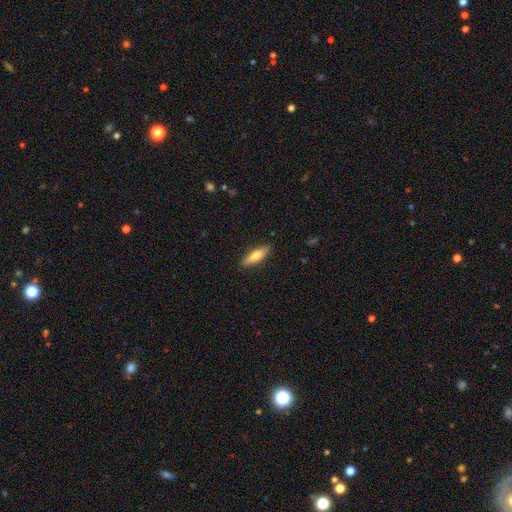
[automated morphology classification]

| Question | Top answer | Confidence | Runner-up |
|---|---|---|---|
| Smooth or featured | smooth | 65% | featured or disk (29%) |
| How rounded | cigar-shaped | 59% | in between (39%) |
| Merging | none | 89% | minor disturbance (9%) |